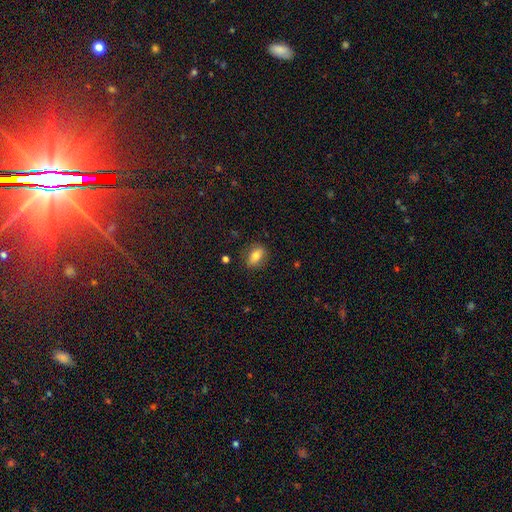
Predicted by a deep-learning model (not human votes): Smooth or featured? smooth (77%)
How rounded? in between (80%)
Merging? none (85%)